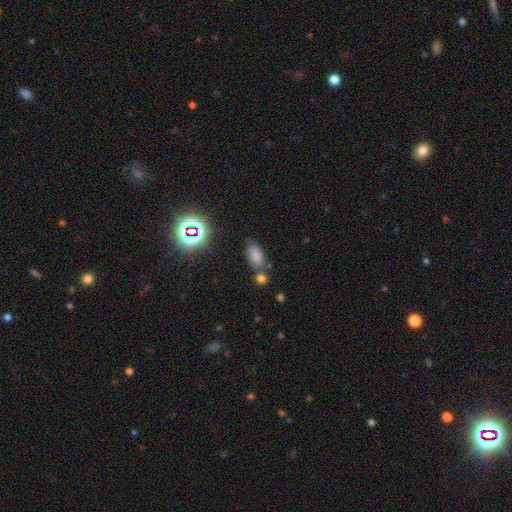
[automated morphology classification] Overall: smooth (74%). How rounded: in between (89%). Merging: none (66%).